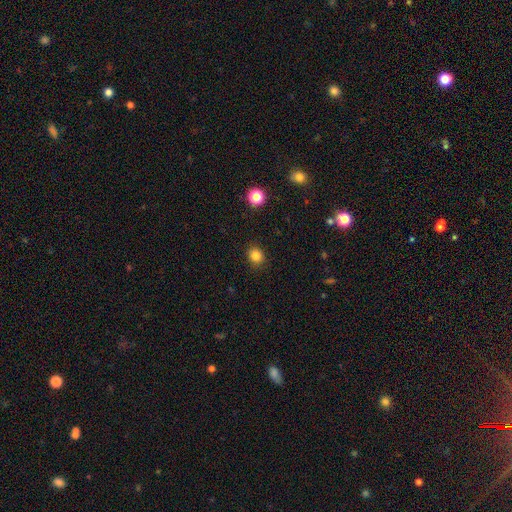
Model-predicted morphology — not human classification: type=smooth (83%); roundness=round (71%); merging=none (89%).